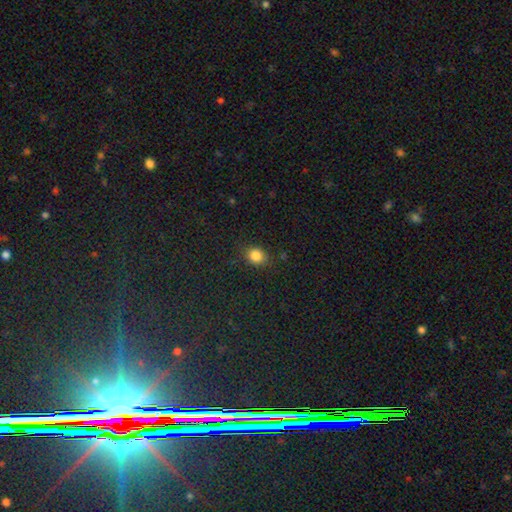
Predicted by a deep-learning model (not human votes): Smooth or featured? Predicted: smooth (p=0.83). How rounded? Predicted: round (p=0.68). Merging? Predicted: none (p=0.81).